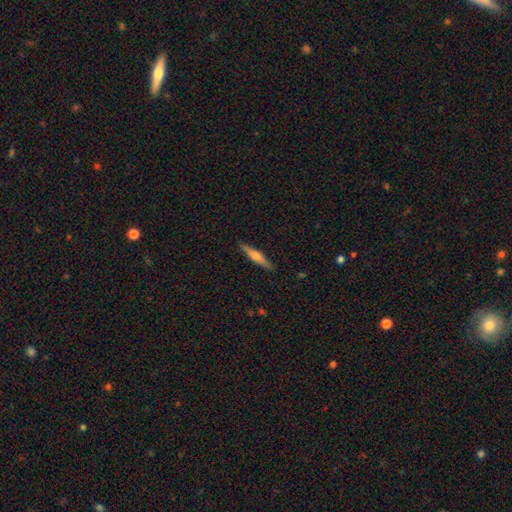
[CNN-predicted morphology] A featured or disk galaxy (54%) viewed edge-on (95%) with a rounded central bulge (88%). Merging: none (90%).